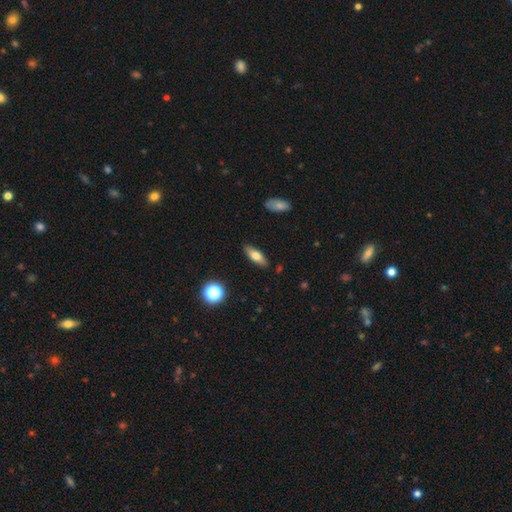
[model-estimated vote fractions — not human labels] The model was most divided on "how rounded": in between: 67%, cigar-shaped: 29%, round: 3%. More confident: merging — none (86%); smooth or featured — smooth (71%).